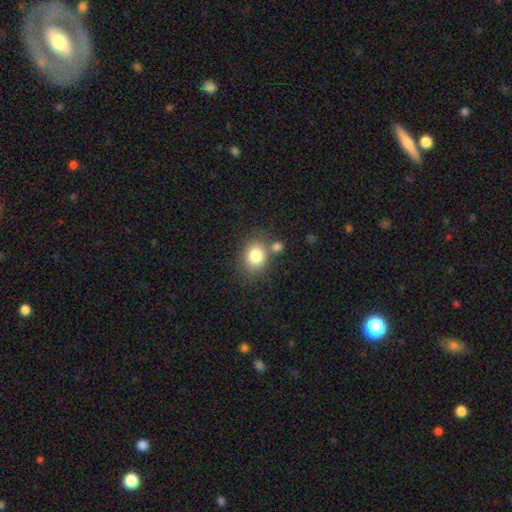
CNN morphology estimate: The model was most divided on "how rounded": round: 58%, in between: 41%, cigar-shaped: 1%. More confident: smooth or featured — smooth (80%); merging — none (65%).